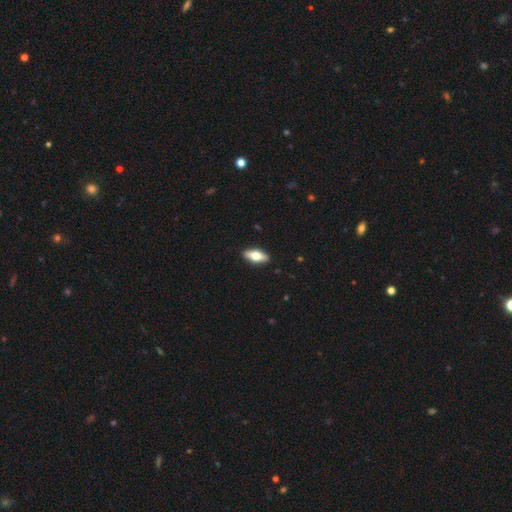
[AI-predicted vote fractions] smooth_or_featured: smooth (p=0.59) [alt: featured or disk p=0.35]
how_rounded: in between (p=0.73) [alt: cigar-shaped p=0.24]
merging: none (p=0.90) [alt: minor disturbance p=0.07]